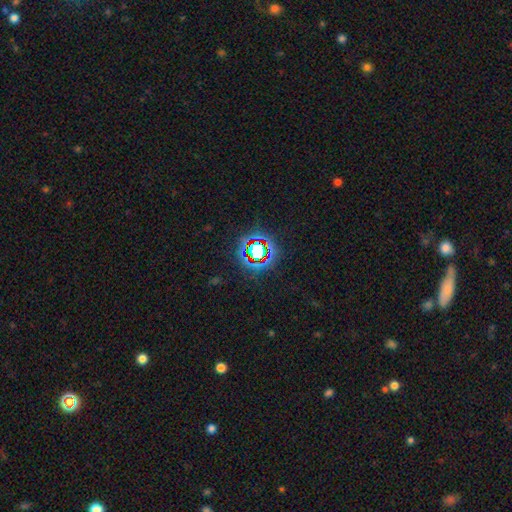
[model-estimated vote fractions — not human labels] smooth-or-featured: star or artifact: 67% | smooth: 22% | featured or disk: 11%